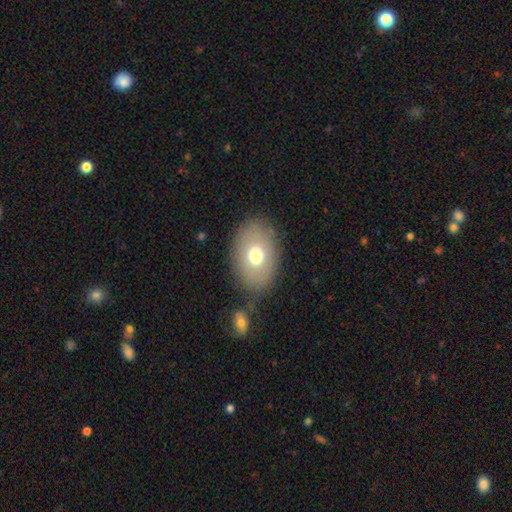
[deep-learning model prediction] A smooth galaxy with no disk features (71%) that is in between round and cigar-shaped (80%). Merging: none (76%).